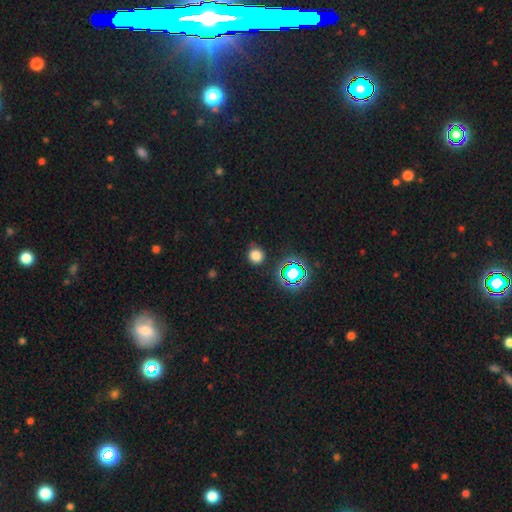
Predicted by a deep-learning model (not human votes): Smooth or featured? smooth (73%)
How rounded? round (90%)
Merging? none (85%)